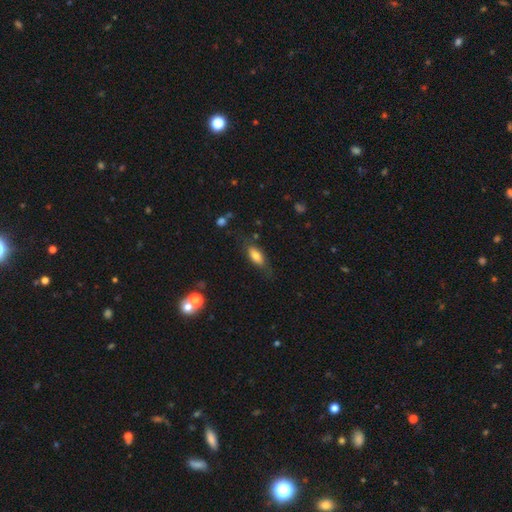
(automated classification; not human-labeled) Smooth or featured? Predicted: smooth (p=0.75). How rounded? Predicted: in between (p=0.77). Merging? Predicted: none (p=0.68).